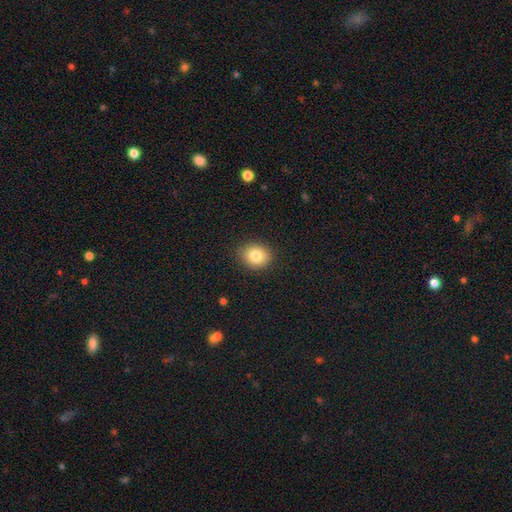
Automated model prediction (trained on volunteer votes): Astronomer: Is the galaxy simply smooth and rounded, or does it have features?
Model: smooth — 81%.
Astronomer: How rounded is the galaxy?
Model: round — 65%.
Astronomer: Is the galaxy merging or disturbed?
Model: none — 89%.